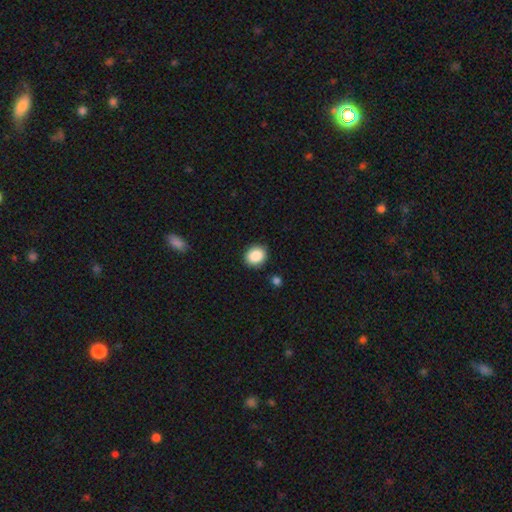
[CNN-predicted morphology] This is clearly a smooth galaxy (88%). How rounded: likely round (64%). Merging: clearly none (88%).